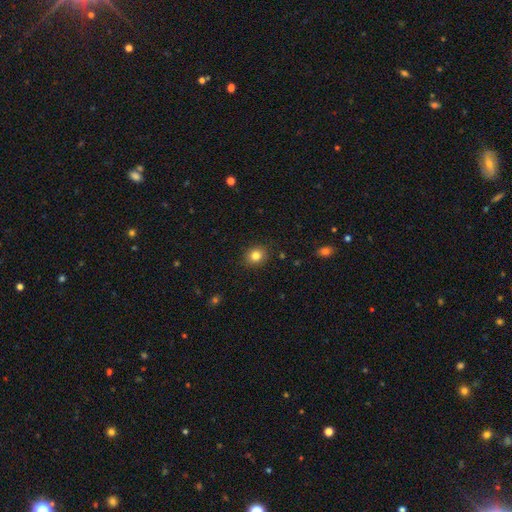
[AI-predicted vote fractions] smooth_or_featured: smooth (p=0.82) [alt: star or artifact p=0.11]
how_rounded: round (p=0.76) [alt: in between p=0.24]
merging: none (p=0.89) [alt: minor disturbance p=0.08]